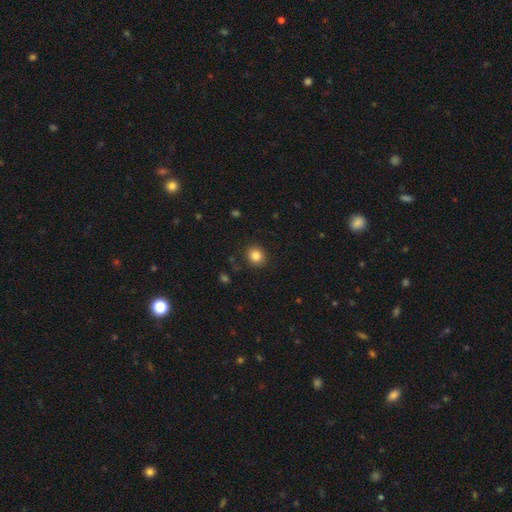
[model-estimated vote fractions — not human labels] This is clearly a smooth galaxy (85%). How rounded: likely round (80%). Merging: clearly none (90%).